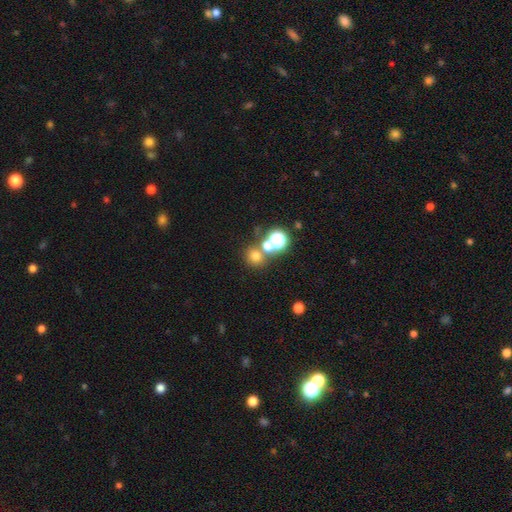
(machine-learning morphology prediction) Smooth or featured? smooth (66%)
How rounded? round (85%)
Merging? none (61%)